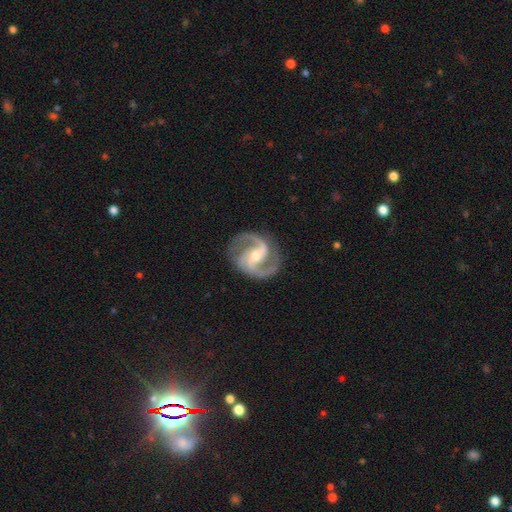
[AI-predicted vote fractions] The model was most divided on "bulge size": moderate: 51%, small: 45%, large: 2%, none: 1%, dominant: 1%. Remaining: spiral arms — yes (98%); edge-on disk — no (98%); smooth or featured — featured or disk (93%); spiral arm count — 2 (87%); merging — none (83%); spiral winding — medium (64%); bar — weak (42%).